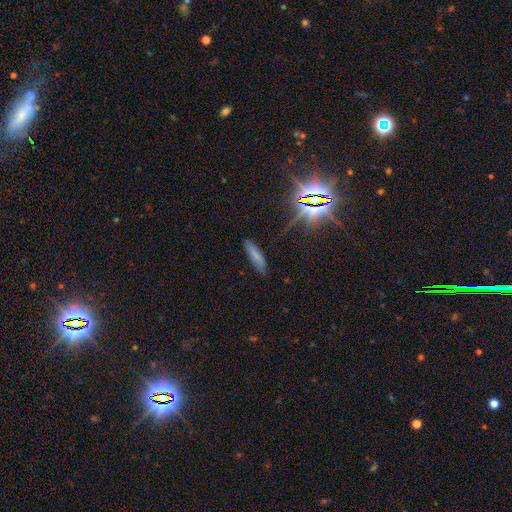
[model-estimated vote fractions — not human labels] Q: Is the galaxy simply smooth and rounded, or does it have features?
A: smooth — 69%.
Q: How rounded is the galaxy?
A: cigar-shaped — 69%.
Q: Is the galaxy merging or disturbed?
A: none — 76%.